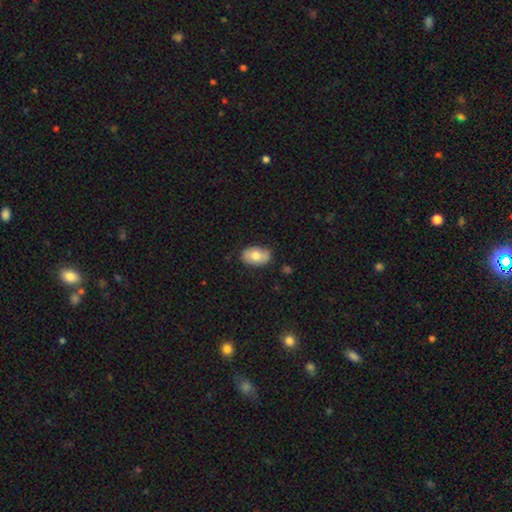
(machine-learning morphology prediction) Q: Smooth or featured?
A: smooth (72%); runner-up: featured or disk (22%)
Q: How rounded?
A: in between (88%); runner-up: round (11%)
Q: Merging?
A: none (78%); runner-up: minor disturbance (17%)